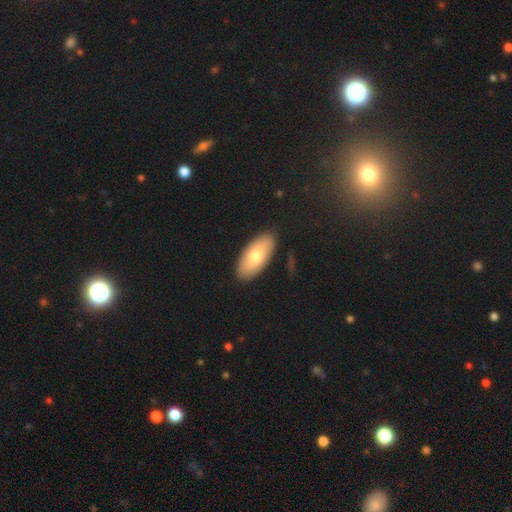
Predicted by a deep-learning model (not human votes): Smooth or featured? Predicted: smooth (p=0.72). How rounded? Predicted: in between (p=0.91). Merging? Predicted: none (p=0.89).